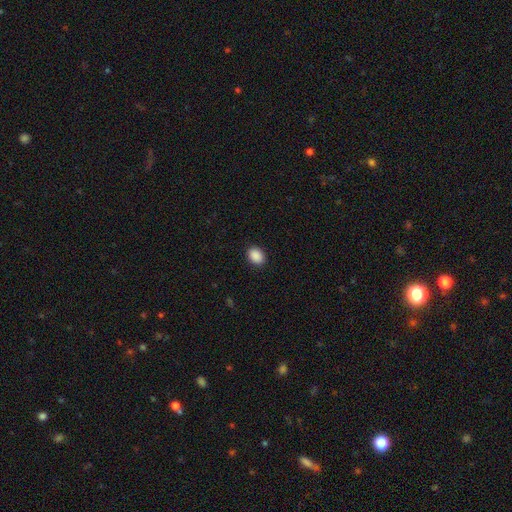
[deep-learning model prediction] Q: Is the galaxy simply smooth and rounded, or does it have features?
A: smooth — 90%.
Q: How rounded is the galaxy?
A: in between — 68%.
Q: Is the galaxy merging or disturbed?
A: none — 90%.